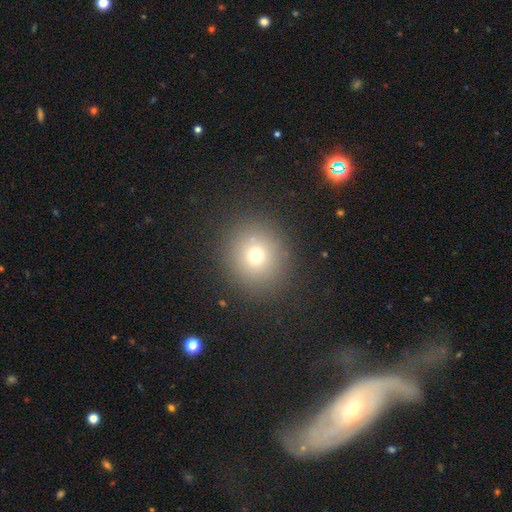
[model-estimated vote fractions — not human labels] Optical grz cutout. It shows a smooth galaxy with no disk features (70%) that is round (87%). Merging: none (87%).